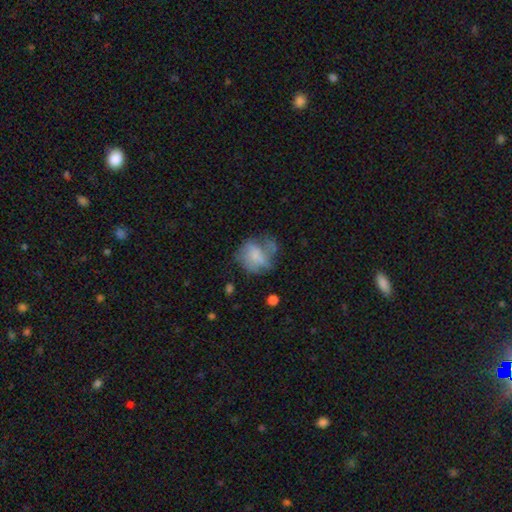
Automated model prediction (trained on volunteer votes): Overall: smooth (50%; featured or disk 40%). How rounded: round (64%; in between 35%). Merging: none (39%; major disturbance 29%).